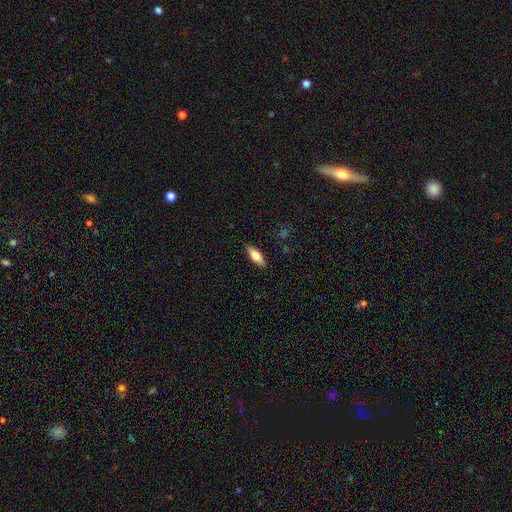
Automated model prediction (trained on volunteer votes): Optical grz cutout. It shows a smooth galaxy with no disk features (68%) that is in between round and cigar-shaped (70%). Merging: none (88%).